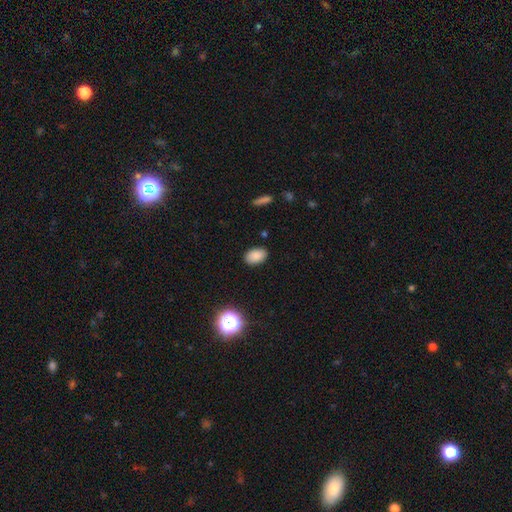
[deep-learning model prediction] This appears to be a smooth galaxy with no disk features (85%) that is in between round and cigar-shaped (87%). Merging: none (87%).